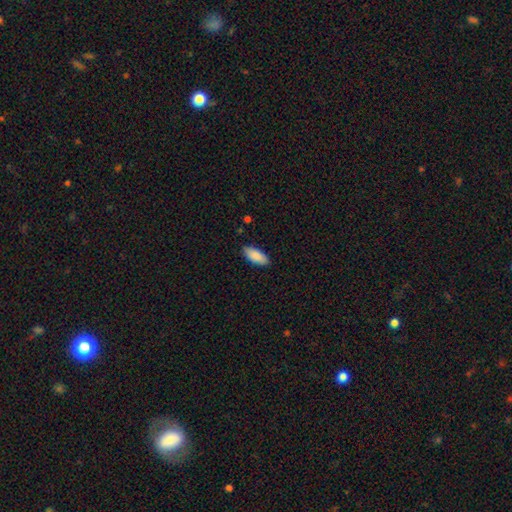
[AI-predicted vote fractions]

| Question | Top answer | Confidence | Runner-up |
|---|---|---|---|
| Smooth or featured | smooth | 89% | star or artifact (6%) |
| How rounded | in between | 84% | cigar-shaped (15%) |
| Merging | none | 87% | minor disturbance (10%) |